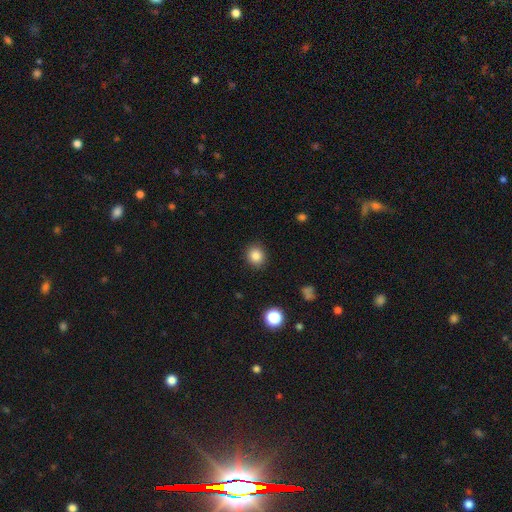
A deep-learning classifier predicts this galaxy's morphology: smooth_or_featured: smooth (p=0.85) [alt: star or artifact p=0.11]
how_rounded: round (p=0.83) [alt: in between p=0.16]
merging: none (p=0.90) [alt: minor disturbance p=0.07]